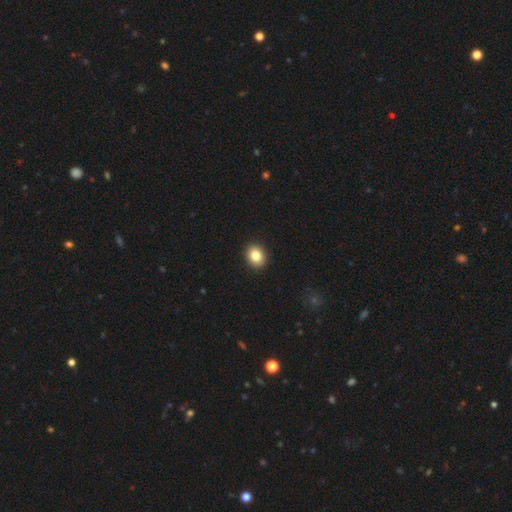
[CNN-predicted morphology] A smooth galaxy with no disk features (84%) that is round (51%). Merging: none (92%).